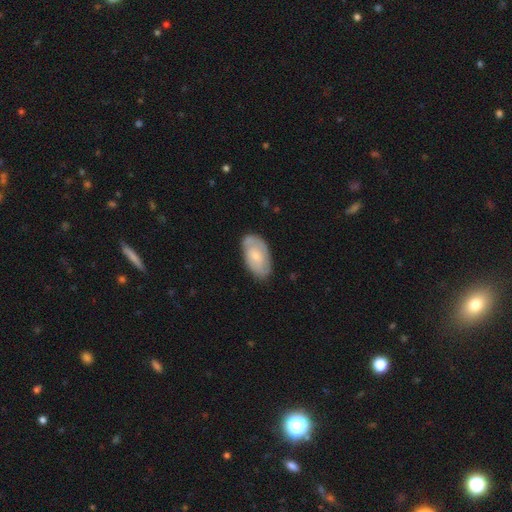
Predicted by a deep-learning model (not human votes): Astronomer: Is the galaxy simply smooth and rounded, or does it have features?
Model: smooth — 49% (runner-up: featured or disk, 45%).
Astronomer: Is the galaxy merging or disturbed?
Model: none — 71%.